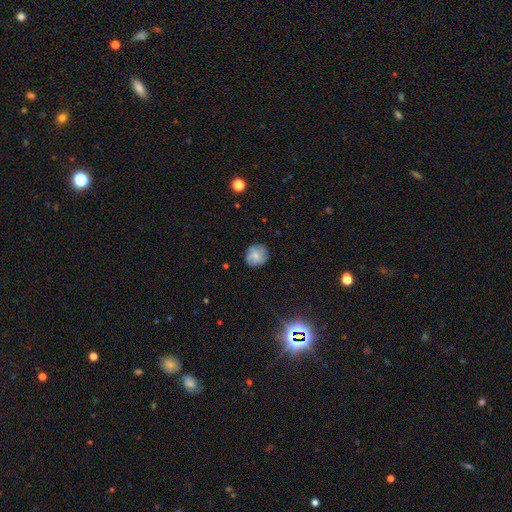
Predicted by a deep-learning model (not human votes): This appears to be a smooth galaxy with no disk features (56%) that is round (79%). Merging: none (77%).